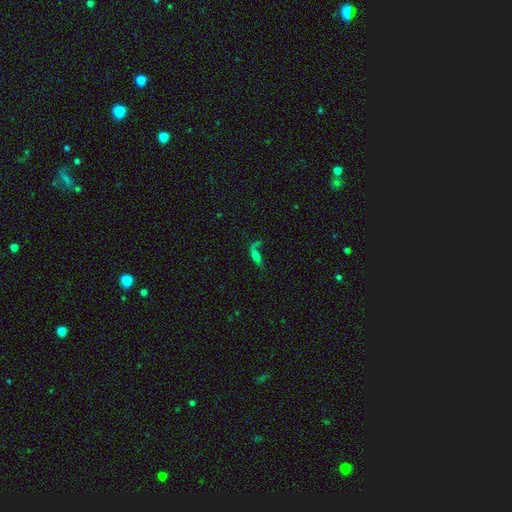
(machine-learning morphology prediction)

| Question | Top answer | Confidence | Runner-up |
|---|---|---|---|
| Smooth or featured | smooth | 52% | featured or disk (35%) |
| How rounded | in between | 48% | cigar-shaped (47%) |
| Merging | none | 38% | major disturbance (28%) |